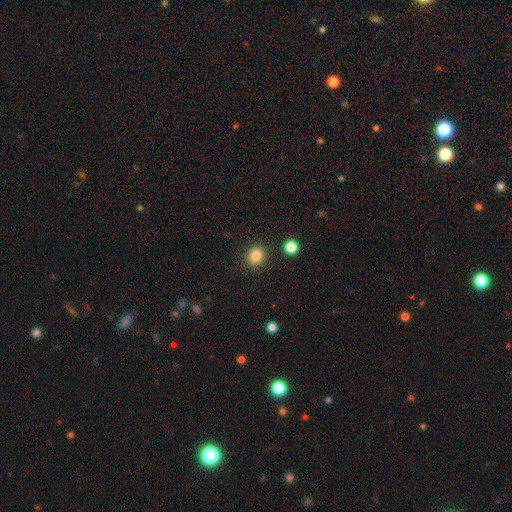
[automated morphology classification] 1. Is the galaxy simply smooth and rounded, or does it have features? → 83% smooth, 11% star or artifact, 5% featured or disk.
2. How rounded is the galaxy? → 73% round, 26% in between, 1% cigar-shaped.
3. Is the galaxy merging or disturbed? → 87% none, 8% minor disturbance, 3% merger, 2% major disturbance.